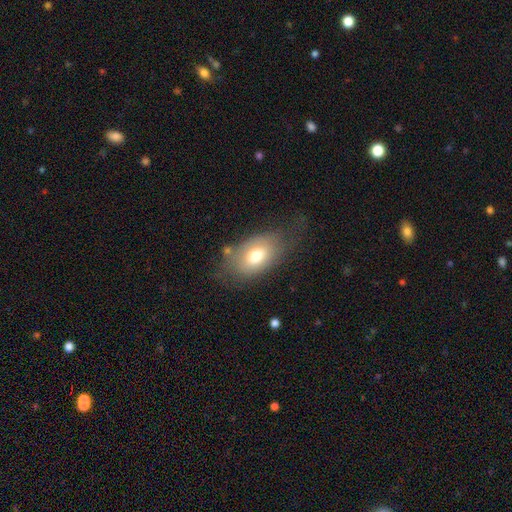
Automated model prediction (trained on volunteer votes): This appears to be a smooth galaxy with no disk features (70%) that is in between round and cigar-shaped (88%). Merging: none (57%).